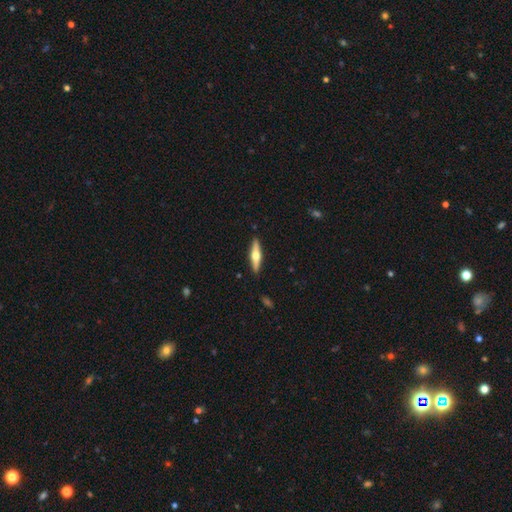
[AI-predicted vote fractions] Overall: featured or disk (58%; smooth 37%). Edge-on disk: yes (95%). Edge-on bulge: rounded (95%). Merging: none (90%).